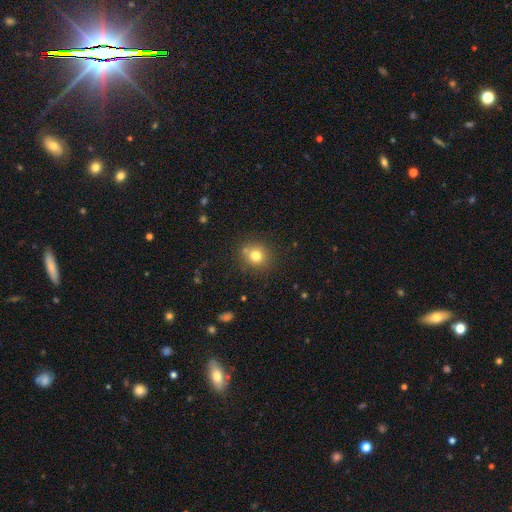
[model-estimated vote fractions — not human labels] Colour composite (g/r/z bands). It shows a smooth galaxy with no disk features (77%) that is round (85%). Merging: none (79%).